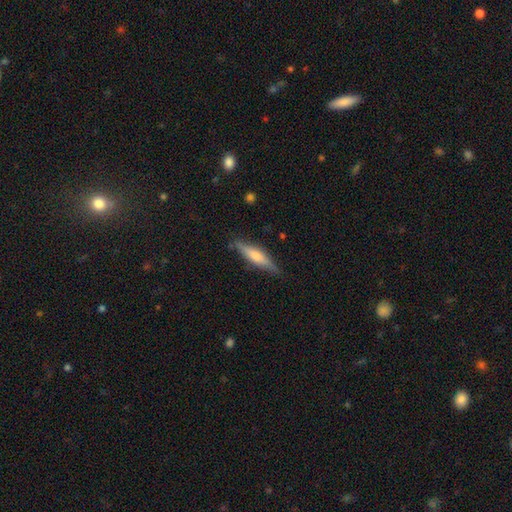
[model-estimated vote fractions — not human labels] smooth_or_featured: featured or disk (p=0.57) [alt: smooth p=0.37]
disk_edge_on: yes (p=0.95) [alt: no p=0.05]
edge_on_bulge: rounded (p=0.78) [alt: boxy p=0.13]
merging: none (p=0.86) [alt: minor disturbance p=0.11]